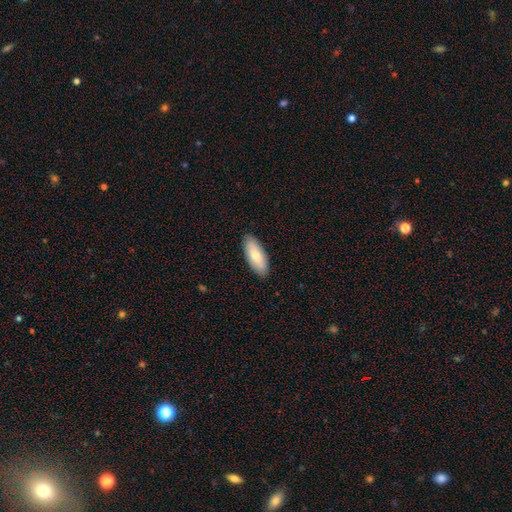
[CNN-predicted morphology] Smooth or featured?
  - smooth: 76% *
  - featured or disk: 19%
  - star or artifact: 5%
How rounded?
  - in between: 79% *
  - cigar-shaped: 19%
  - round: 2%
Merging?
  - none: 89% *
  - minor disturbance: 9%
  - major disturbance: 2%
  - merger: 1%